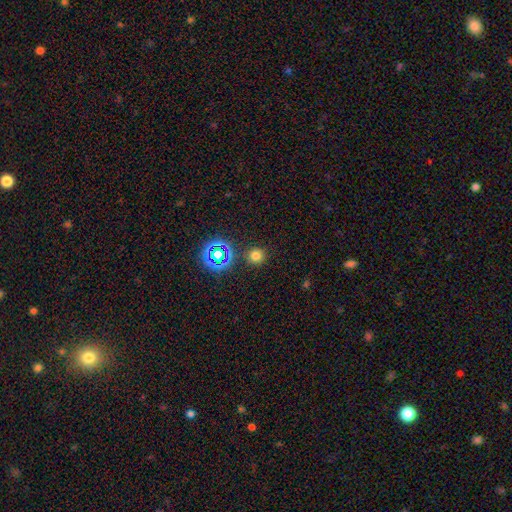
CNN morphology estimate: Overall: smooth (69%). How rounded: round (92%). Merging: none (87%).